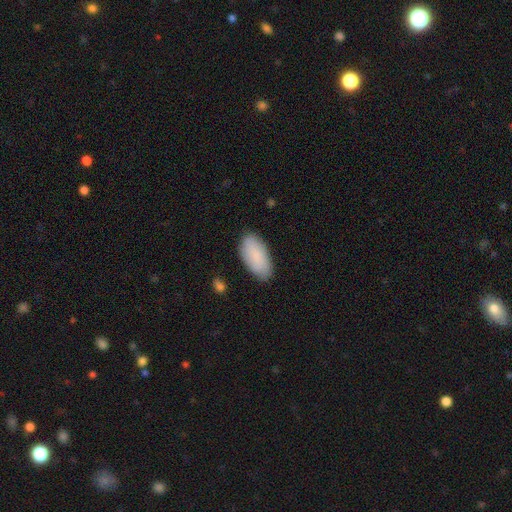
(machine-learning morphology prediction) Smooth or featured? smooth (86%)
How rounded? in between (93%)
Merging? none (83%)